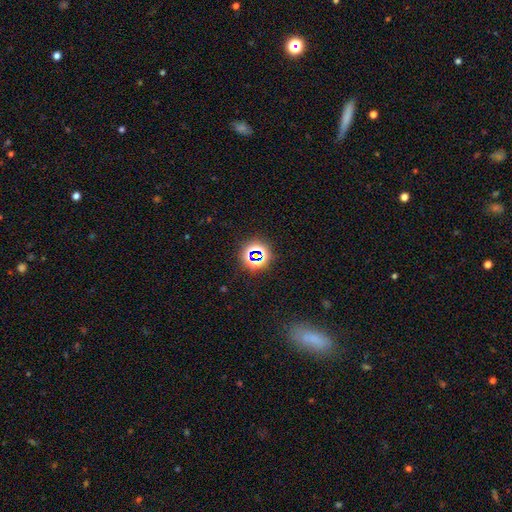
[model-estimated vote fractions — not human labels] A star or artifact, not a galaxy (70%).